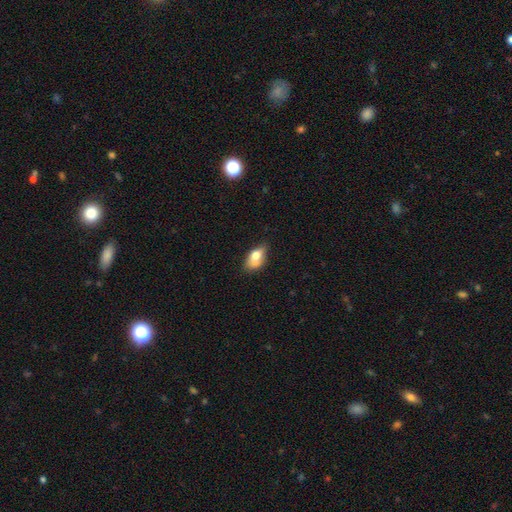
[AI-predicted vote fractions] Q: Smooth or featured?
A: smooth (71%); runner-up: featured or disk (21%)
Q: How rounded?
A: in between (87%); runner-up: round (9%)
Q: Merging?
A: none (42%); runner-up: minor disturbance (36%)